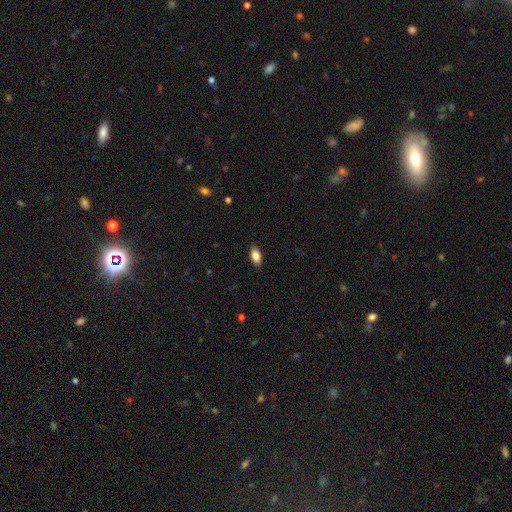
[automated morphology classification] This is clearly a smooth galaxy (85%). How rounded: clearly in between (89%). Merging: clearly none (87%).